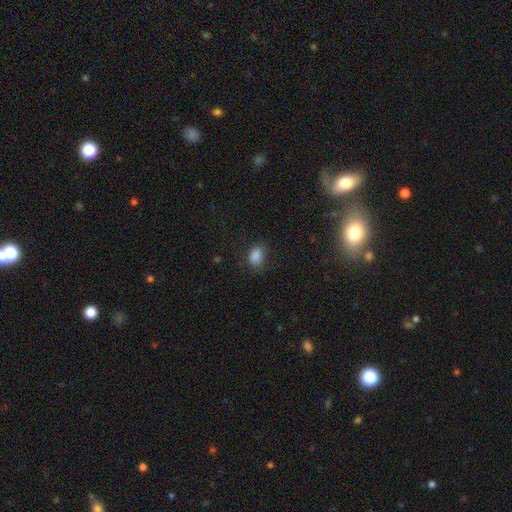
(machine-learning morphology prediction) Smooth or featured? Predicted: smooth (p=0.85). How rounded? Predicted: in between (p=0.78). Merging? Predicted: none (p=0.73).